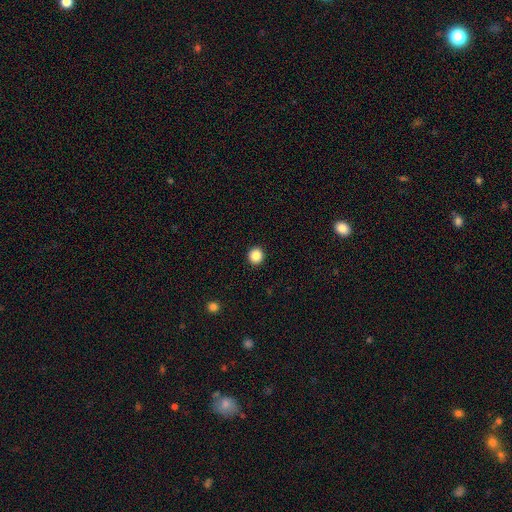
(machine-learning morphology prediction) Smooth or featured? smooth (86%)
How rounded? round (92%)
Merging? none (93%)